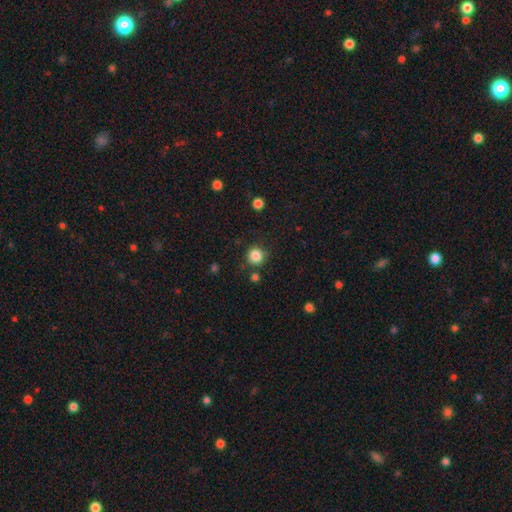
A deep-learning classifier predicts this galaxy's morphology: Smooth or featured? Predicted: smooth (p=0.85). How rounded? Predicted: round (p=0.93). Merging? Predicted: none (p=0.82).